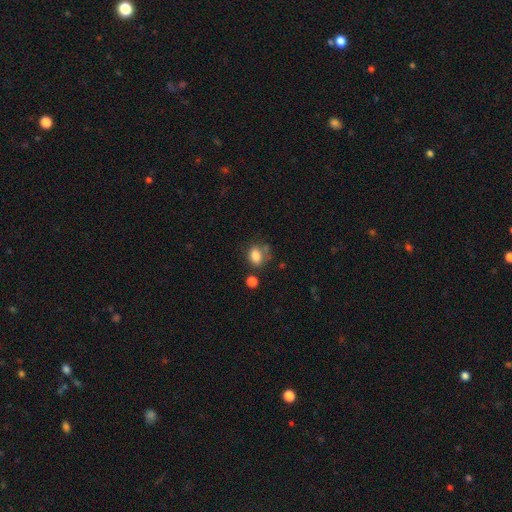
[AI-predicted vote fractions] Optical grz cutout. It shows a smooth galaxy with no disk features (81%) that is in between round and cigar-shaped (66%). Merging: none (57%).